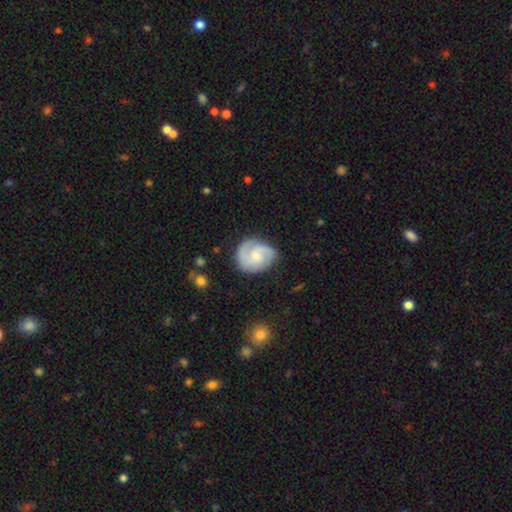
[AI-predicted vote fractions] This is likely a featured or disk galaxy (75%). It is clearly not viewed edge-on (98%). Bar: possibly no (56%). Spiral arm pattern: clearly yes (94%). Spiral arm count: likely 2 (65%). Spiral winding: possibly medium (45%). Central bulge: possibly small (53%). Merging: likely none (71%).